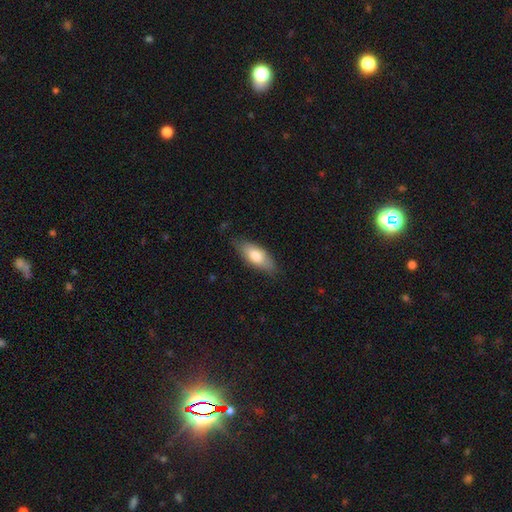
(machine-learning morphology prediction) A smooth galaxy with no disk features (75%) that is in between round and cigar-shaped (79%).

Vote fractions:
- Smooth or featured? smooth: 75% / featured or disk: 19% / star or artifact: 6%
- How rounded? in between: 79% / cigar-shaped: 19% / round: 2%
- Merging? none: 77% / minor disturbance: 19% / major disturbance: 3% / merger: 1%